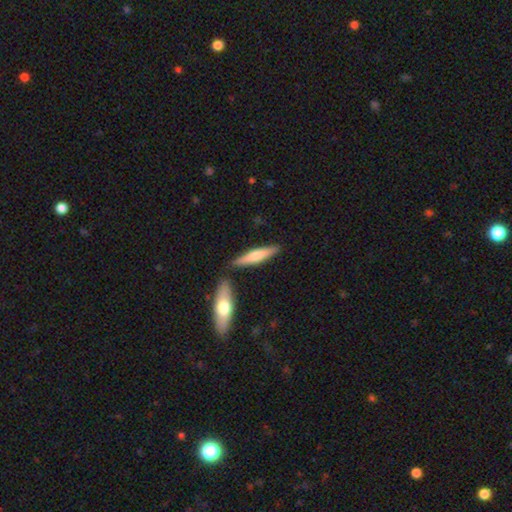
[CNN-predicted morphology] The model was most divided on "smooth or featured": smooth: 60%, featured or disk: 35%, star or artifact: 5%. More confident: how rounded — cigar-shaped (84%); merging — none (78%).